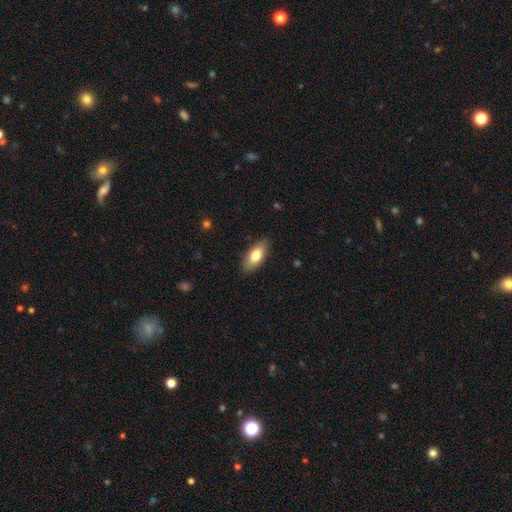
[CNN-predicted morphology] smooth-or-featured: smooth: 77% | featured or disk: 17% | star or artifact: 6%
  how-rounded: in between: 85% | cigar-shaped: 12% | round: 3%
  merging: none: 86% | minor disturbance: 11% | major disturbance: 2% | merger: 1%